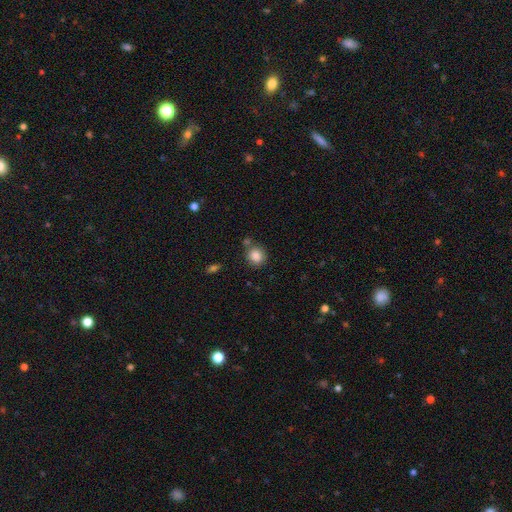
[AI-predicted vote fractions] Morphology: type=smooth (86%); roundness=round (83%); merging=none (74%).